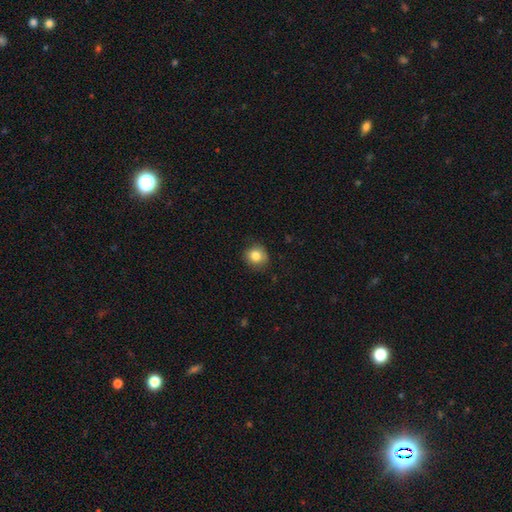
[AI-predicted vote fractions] A smooth galaxy with no disk features (82%) that is round (85%). Merging: none (82%).